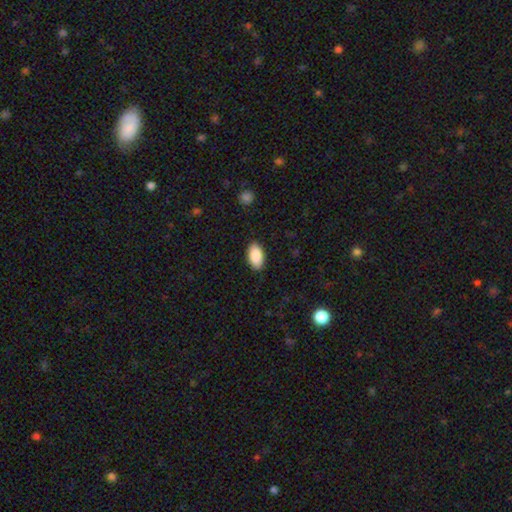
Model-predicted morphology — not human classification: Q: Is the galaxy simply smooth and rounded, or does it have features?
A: smooth — 90%.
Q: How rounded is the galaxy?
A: in between — 95%.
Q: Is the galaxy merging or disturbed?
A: none — 87%.